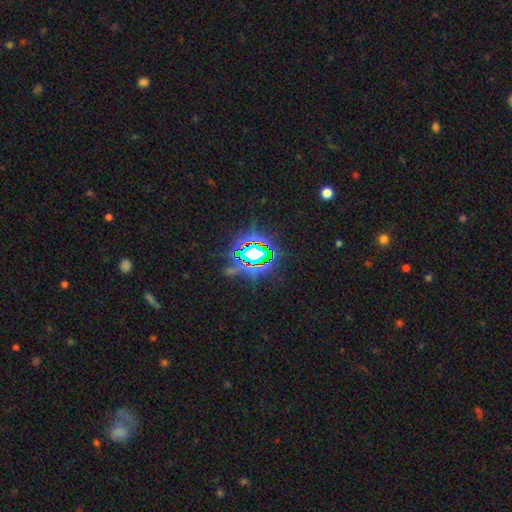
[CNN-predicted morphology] Smooth or featured? star or artifact (78%)